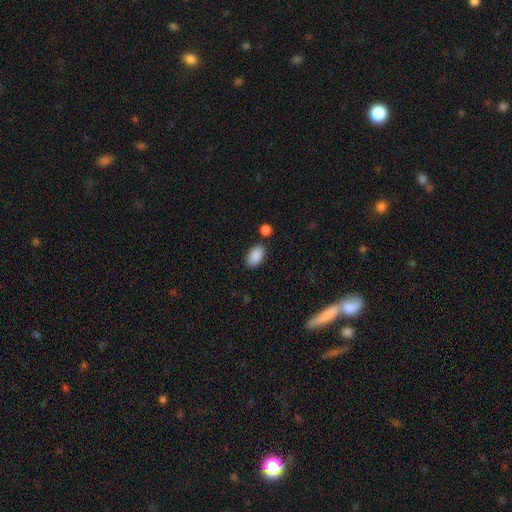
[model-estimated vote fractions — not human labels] The model was most divided on "merging": none: 80%, minor disturbance: 11%, merger: 6%, major disturbance: 3%. More confident: how rounded — in between (94%); smooth or featured — smooth (90%).